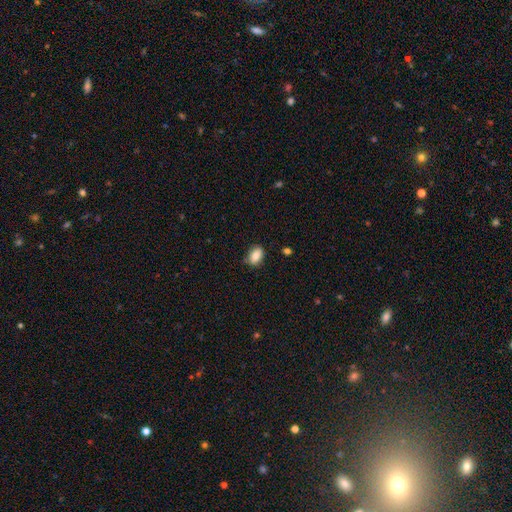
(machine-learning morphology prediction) A smooth galaxy with no disk features (85%) that is in between round and cigar-shaped (86%). Merging: none (78%).